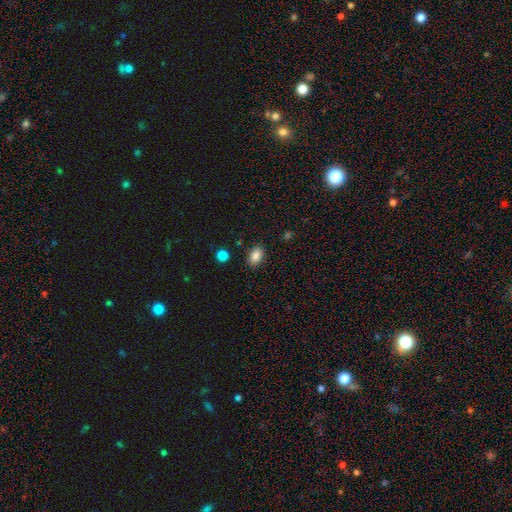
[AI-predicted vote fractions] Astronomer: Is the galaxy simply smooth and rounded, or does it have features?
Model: smooth — 87%.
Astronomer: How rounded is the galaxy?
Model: in between — 83%.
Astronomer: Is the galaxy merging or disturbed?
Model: none — 86%.